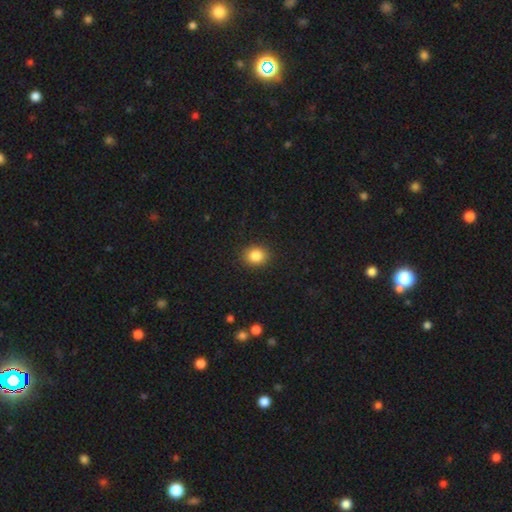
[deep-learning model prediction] The model was most divided on "how rounded": round: 69%, in between: 30%, cigar-shaped: 1%. More confident: merging — none (89%); smooth or featured — smooth (86%).